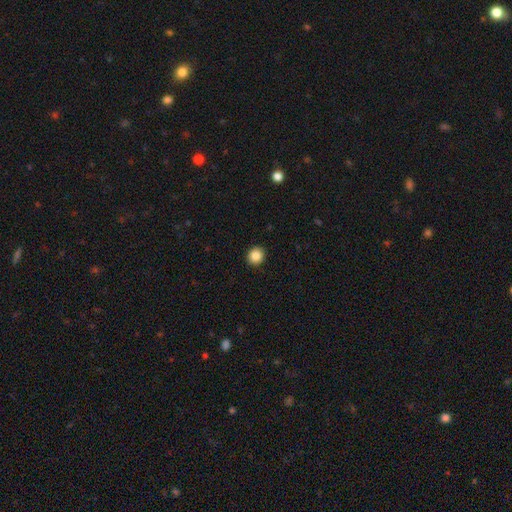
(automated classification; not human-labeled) A smooth galaxy with no disk features (86%) that is round (88%).

Vote fractions:
- Smooth or featured? smooth: 86% / star or artifact: 10% / featured or disk: 5%
- How rounded? round: 88% / in between: 11% / cigar-shaped: 1%
- Merging? none: 93% / minor disturbance: 5% / major disturbance: 2% / merger: 1%